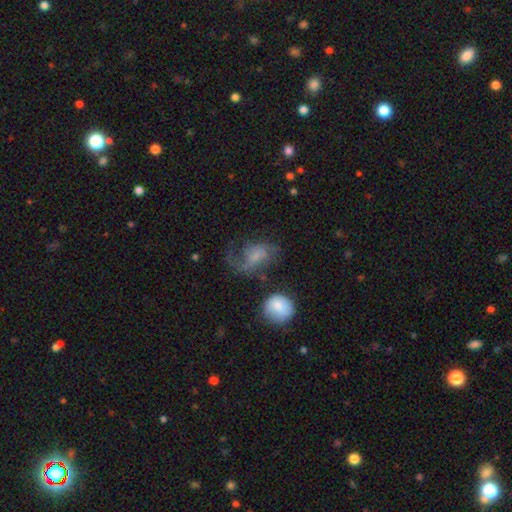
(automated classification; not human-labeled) Overall: featured or disk (55%; smooth 35%). Edge-on disk: no (97%). Bar: no (52%; weak 39%). Spiral arms: yes (83%). Bulge size: small (40%; none 29%). Merging: major disturbance (41%; none 33%).